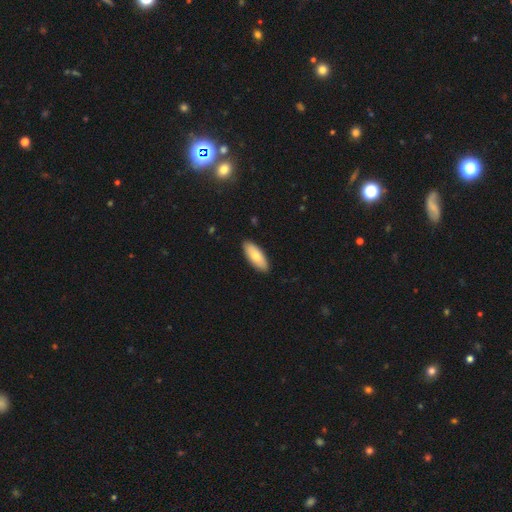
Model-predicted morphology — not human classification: A smooth galaxy with no disk features (76%) that is in between round and cigar-shaped (80%). Merging: none (89%).